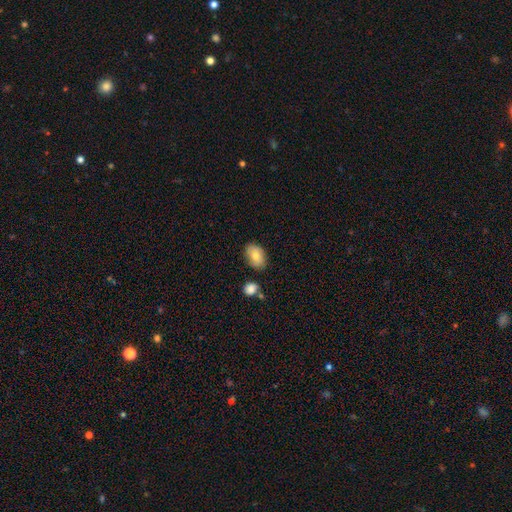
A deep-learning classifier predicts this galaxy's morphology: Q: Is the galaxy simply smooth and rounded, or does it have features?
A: smooth — 76%.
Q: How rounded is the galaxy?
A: in between — 88%.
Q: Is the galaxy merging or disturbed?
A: none — 77%.